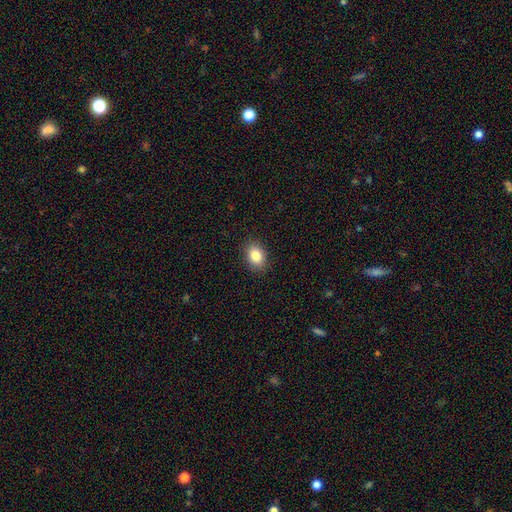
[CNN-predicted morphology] Overall: smooth (85%). How rounded: in between (71%). Merging: none (89%).